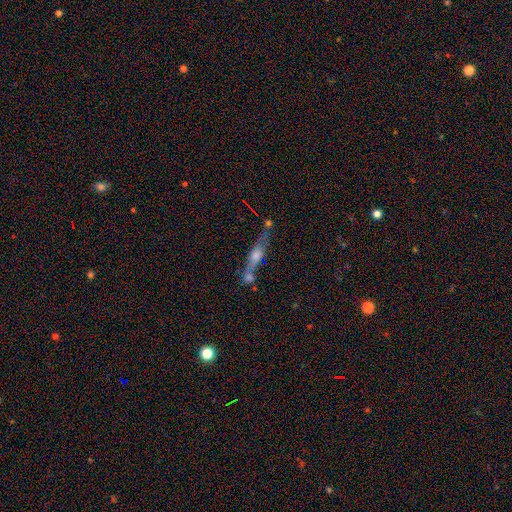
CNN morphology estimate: This is likely a featured or disk galaxy (60%). It is clearly viewed edge-on (80%). Merging: possibly none (52%).